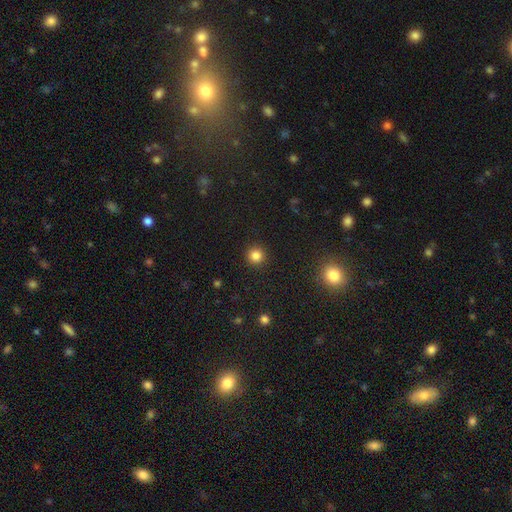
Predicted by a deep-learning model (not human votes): smooth-or-featured: smooth: 83% | star or artifact: 13% | featured or disk: 4%
  how-rounded: round: 95% | in between: 4% | cigar-shaped: 1%
  merging: none: 92% | minor disturbance: 5% | major disturbance: 2% | merger: 1%